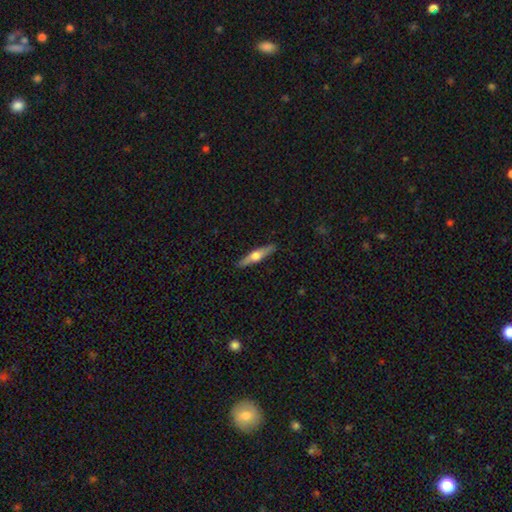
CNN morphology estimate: smooth_or_featured: featured or disk (p=0.59) [alt: smooth p=0.35]
disk_edge_on: yes (p=0.96) [alt: no p=0.04]
edge_on_bulge: rounded (p=0.95) [alt: none p=0.03]
merging: none (p=0.91) [alt: minor disturbance p=0.07]